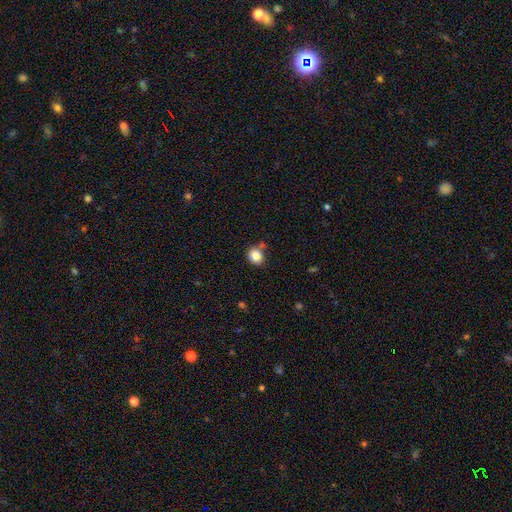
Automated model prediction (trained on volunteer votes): The model was most divided on "how rounded": round: 59%, in between: 40%, cigar-shaped: 1%. More confident: smooth or featured — smooth (84%); merging — none (71%).